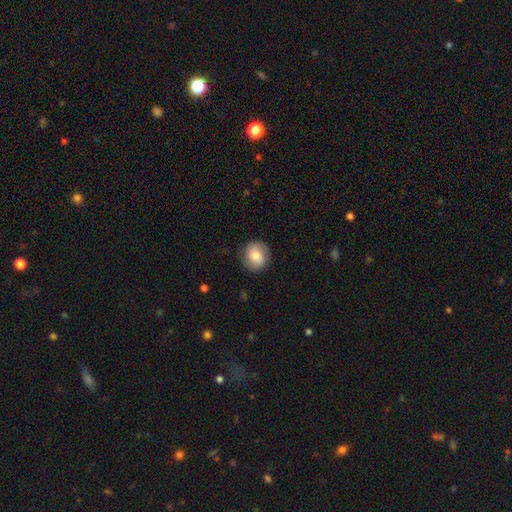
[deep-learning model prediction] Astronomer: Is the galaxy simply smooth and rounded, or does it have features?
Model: smooth — 60%.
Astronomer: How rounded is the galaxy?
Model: round — 83%.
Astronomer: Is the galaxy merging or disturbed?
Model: none — 82%.